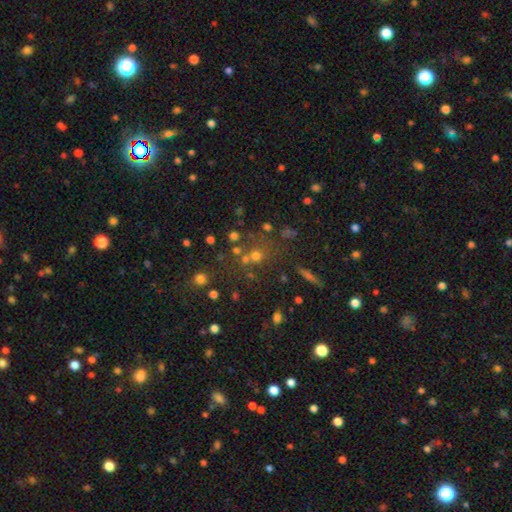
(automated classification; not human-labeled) Overall: smooth (52%; star or artifact 33%). How rounded: round (85%). Merging: none (61%; merger 23%).